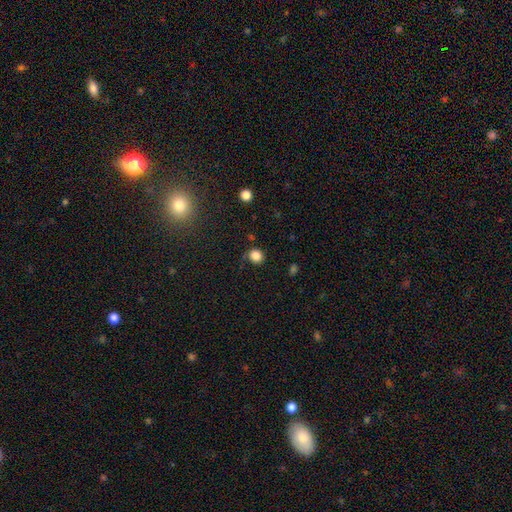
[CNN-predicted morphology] Overall: smooth (84%). How rounded: round (83%). Merging: none (77%).